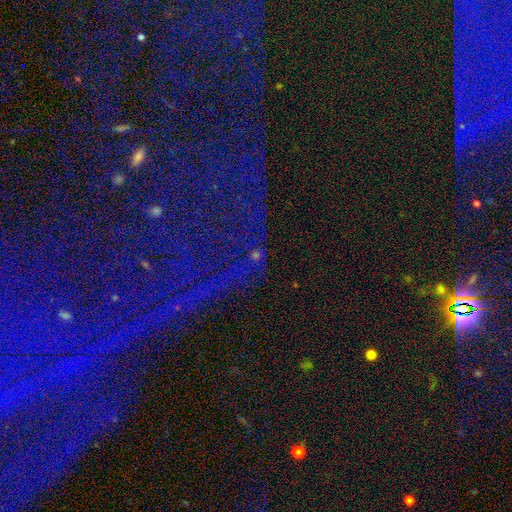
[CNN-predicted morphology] Smooth or featured? Predicted: star or artifact (p=0.75).